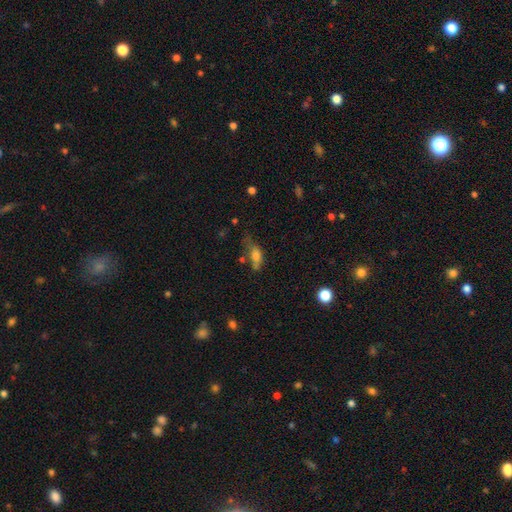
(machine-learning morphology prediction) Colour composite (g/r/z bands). It shows a smooth galaxy with no disk features (67%) that is in between round and cigar-shaped (73%). Merging: none (34%).